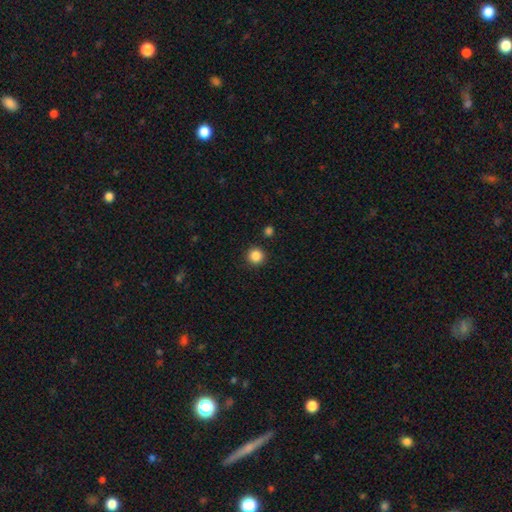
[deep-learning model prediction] This appears to be a smooth galaxy with no disk features (86%) that is round (95%). Merging: none (91%).